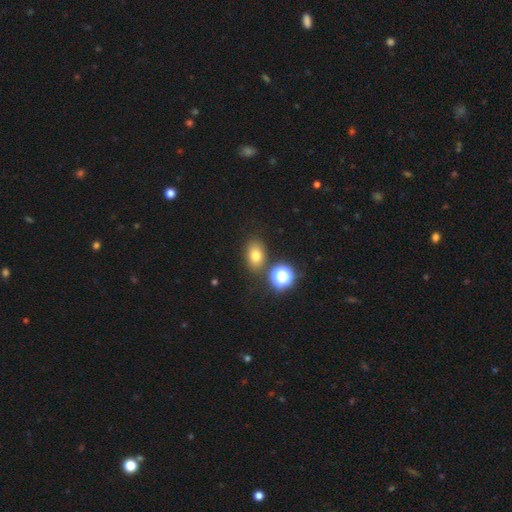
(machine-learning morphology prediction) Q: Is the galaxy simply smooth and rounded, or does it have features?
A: smooth — 73%.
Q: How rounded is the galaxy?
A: in between — 72%.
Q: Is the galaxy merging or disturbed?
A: none — 78%.